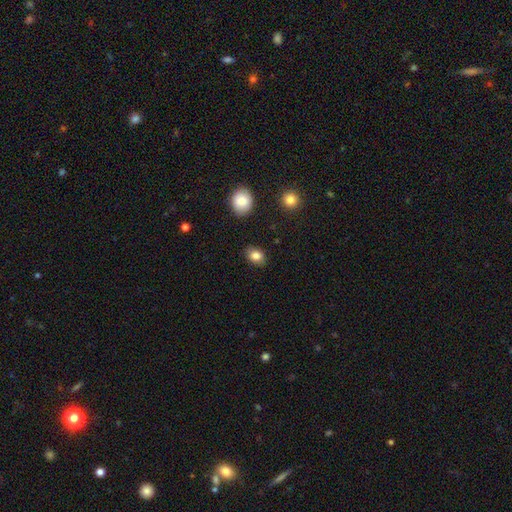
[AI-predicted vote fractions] Smooth or featured?
  - smooth: 84% *
  - star or artifact: 9%
  - featured or disk: 7%
How rounded?
  - in between: 72% *
  - round: 26%
  - cigar-shaped: 1%
Merging?
  - none: 86% *
  - minor disturbance: 10%
  - major disturbance: 2%
  - merger: 2%